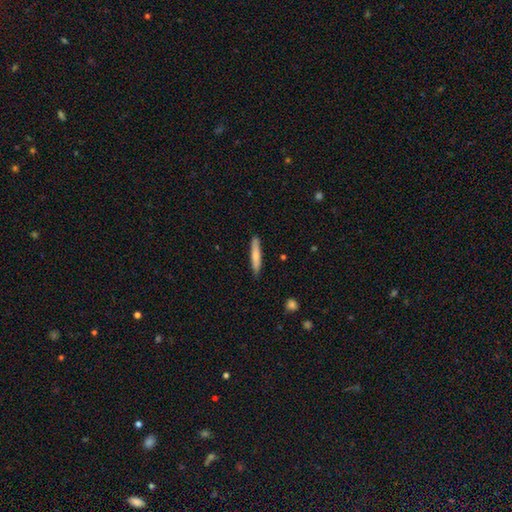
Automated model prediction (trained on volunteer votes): The model was most divided on "smooth or featured": smooth: 70%, featured or disk: 24%, star or artifact: 6%. More confident: how rounded — cigar-shaped (91%); merging — none (87%).